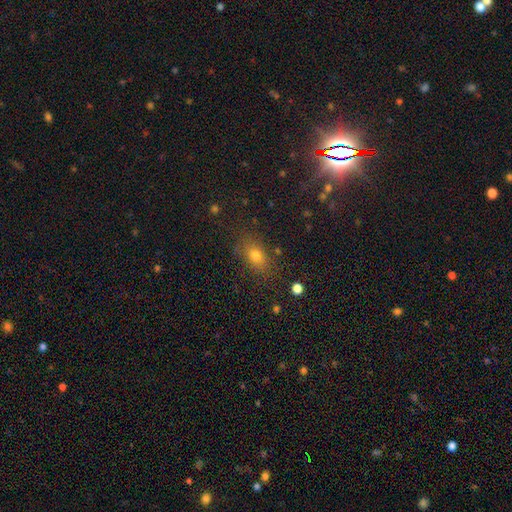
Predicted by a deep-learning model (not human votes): smooth-or-featured: smooth: 72% | star or artifact: 17% | featured or disk: 11%
  how-rounded: in between: 73% | round: 24% | cigar-shaped: 4%
  merging: none: 80% | minor disturbance: 13% | major disturbance: 5% | merger: 2%